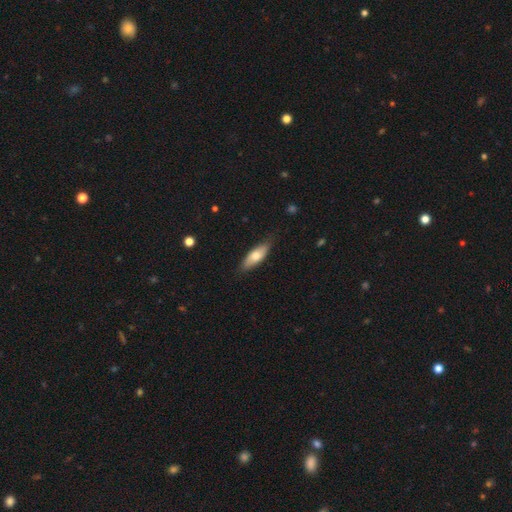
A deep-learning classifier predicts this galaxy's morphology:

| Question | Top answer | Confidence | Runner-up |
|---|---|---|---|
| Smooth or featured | smooth | 67% | featured or disk (28%) |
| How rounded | in between | 62% | cigar-shaped (35%) |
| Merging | none | 80% | minor disturbance (16%) |